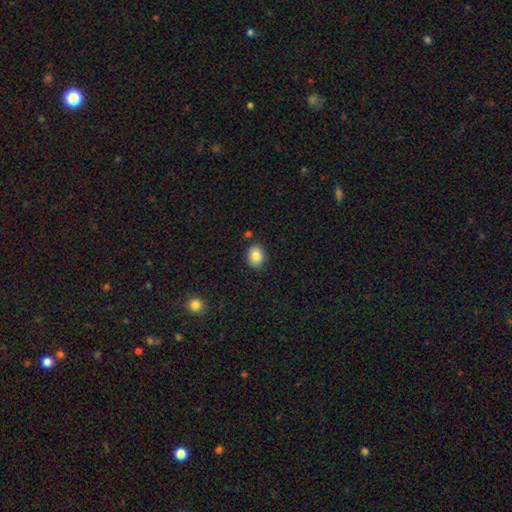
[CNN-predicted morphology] Q: Smooth or featured?
A: smooth (85%); runner-up: star or artifact (8%)
Q: How rounded?
A: in between (62%); runner-up: round (37%)
Q: Merging?
A: none (84%); runner-up: minor disturbance (11%)